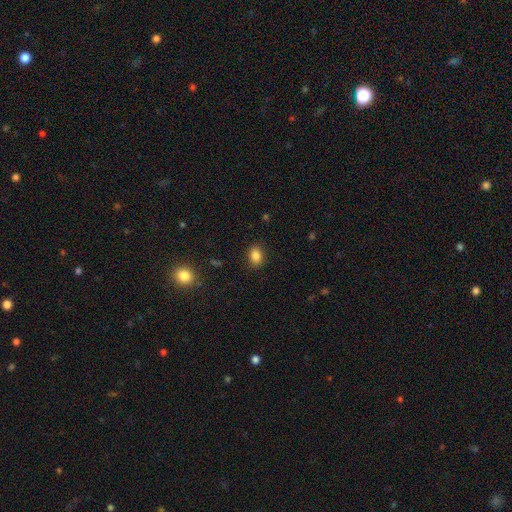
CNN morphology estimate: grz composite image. It shows a smooth galaxy with no disk features (85%) that is in between round and cigar-shaped (71%). Merging: none (87%).